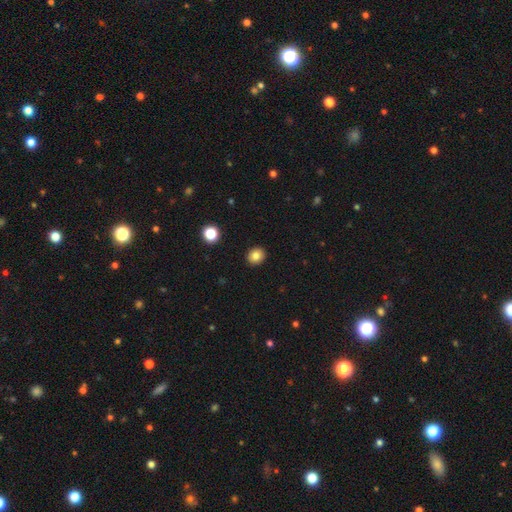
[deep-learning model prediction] Q: Smooth or featured?
A: smooth (83%); runner-up: star or artifact (11%)
Q: How rounded?
A: round (77%); runner-up: in between (22%)
Q: Merging?
A: none (91%); runner-up: minor disturbance (6%)